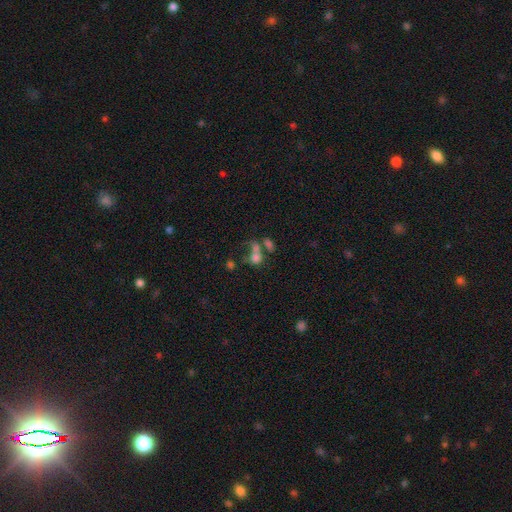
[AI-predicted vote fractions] smooth_or_featured: smooth (p=0.65) [alt: featured or disk p=0.20]
how_rounded: in between (p=0.59) [alt: round p=0.37]
merging: merger (p=0.49) [alt: none p=0.24]